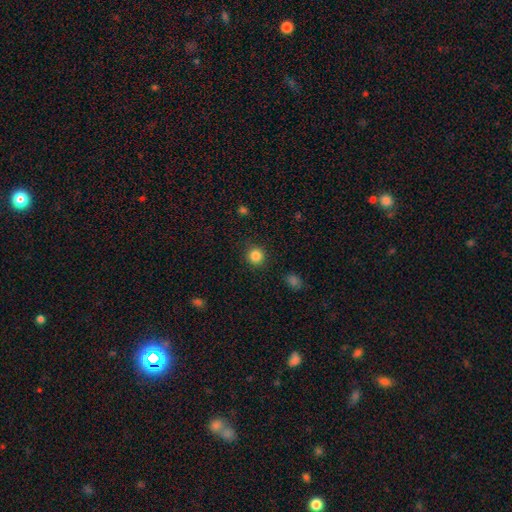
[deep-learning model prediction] smooth_or_featured: smooth (p=0.86) [alt: star or artifact p=0.11]
how_rounded: round (p=0.93) [alt: in between p=0.06]
merging: none (p=0.91) [alt: minor disturbance p=0.06]